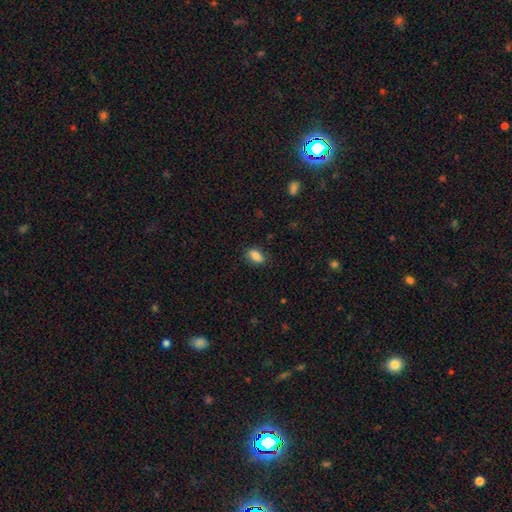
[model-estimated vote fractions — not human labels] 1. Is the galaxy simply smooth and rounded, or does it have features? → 85% smooth, 8% star or artifact, 7% featured or disk.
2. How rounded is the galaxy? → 87% in between, 10% round, 3% cigar-shaped.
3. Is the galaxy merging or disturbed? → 82% none, 14% minor disturbance, 3% major disturbance, 1% merger.